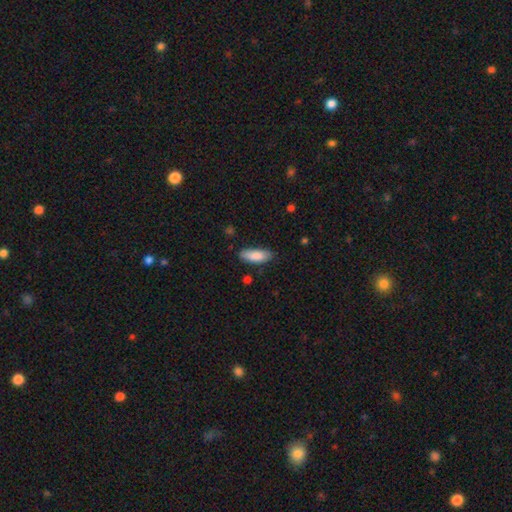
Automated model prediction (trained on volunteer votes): Q: Smooth or featured?
A: smooth (86%); runner-up: featured or disk (8%)
Q: How rounded?
A: in between (73%); runner-up: cigar-shaped (25%)
Q: Merging?
A: none (79%); runner-up: minor disturbance (16%)